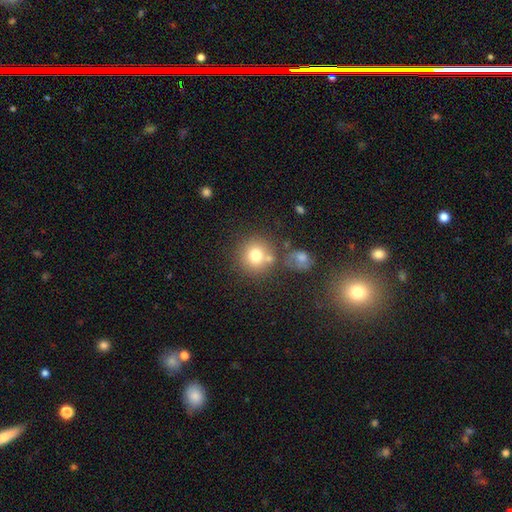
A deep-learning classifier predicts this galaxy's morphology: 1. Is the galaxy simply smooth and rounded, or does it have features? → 75% smooth, 13% featured or disk, 12% star or artifact.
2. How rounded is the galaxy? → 89% round, 10% in between, 1% cigar-shaped.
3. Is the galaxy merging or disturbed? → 64% none, 20% merger, 11% minor disturbance, 5% major disturbance.